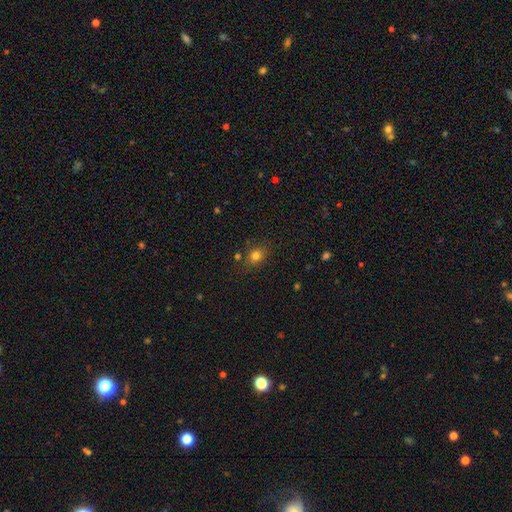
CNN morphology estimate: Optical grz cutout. It shows a smooth galaxy with no disk features (78%) that is round (52%). Merging: none (78%).